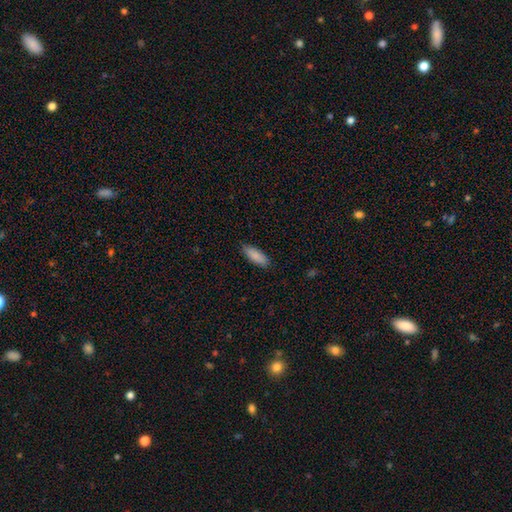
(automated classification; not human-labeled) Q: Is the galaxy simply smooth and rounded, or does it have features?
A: smooth — 89%.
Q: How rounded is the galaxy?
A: in between — 69%.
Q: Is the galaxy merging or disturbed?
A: none — 87%.